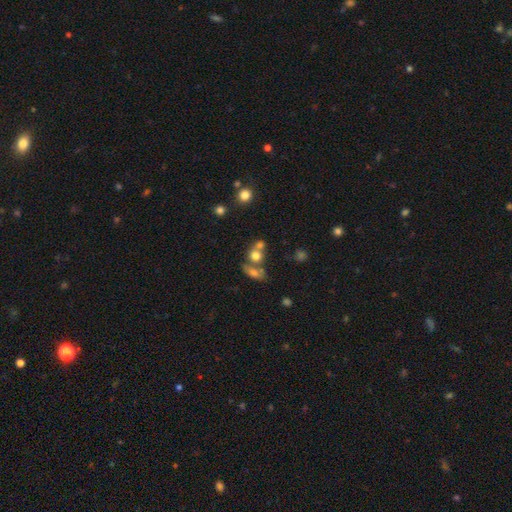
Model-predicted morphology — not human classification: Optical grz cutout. It shows a smooth galaxy with no disk features (69%) that is round (71%). Merging: merger (50%).